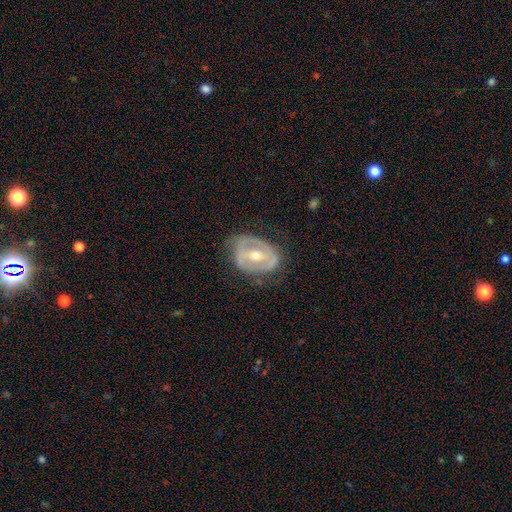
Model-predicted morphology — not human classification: type=featured or disk (75%); edge-on=no (95%); bar=strong (43%); spiral arms=yes (56%); bulge=moderate (65%); merging=none (66%).